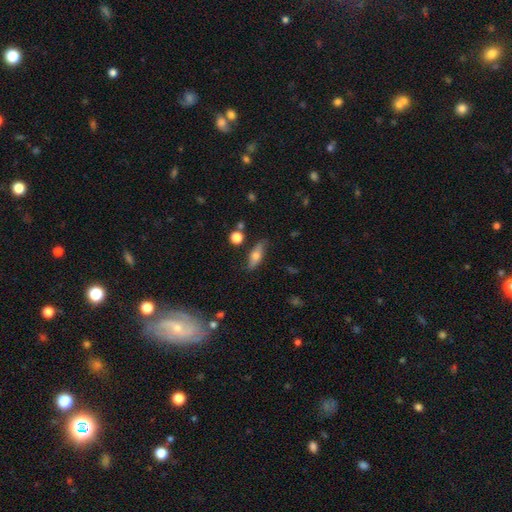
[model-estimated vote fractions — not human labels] A smooth galaxy with no disk features (62%) that is in between round and cigar-shaped (60%). Merging: none (77%).